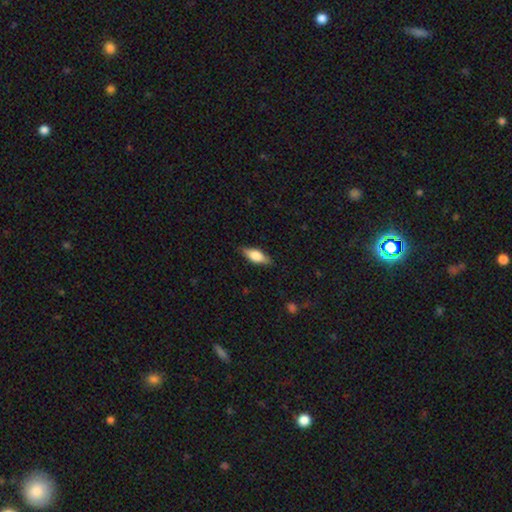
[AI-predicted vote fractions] smooth-or-featured: smooth: 70% | featured or disk: 24% | star or artifact: 6%
  how-rounded: in between: 73% | cigar-shaped: 25% | round: 3%
  merging: none: 85% | minor disturbance: 12% | major disturbance: 2% | merger: 1%